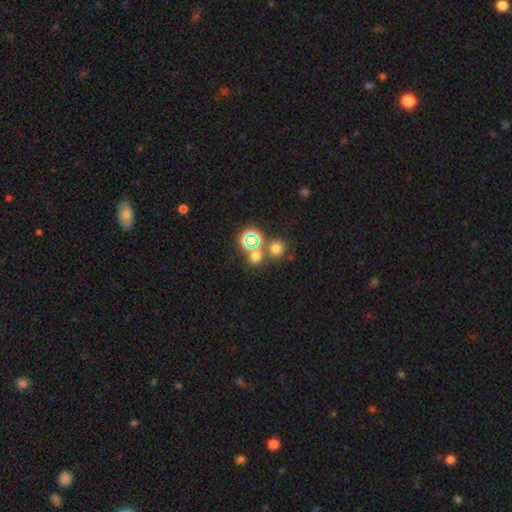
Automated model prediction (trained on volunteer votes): smooth_or_featured: smooth (p=0.57) [alt: star or artifact p=0.35]
how_rounded: round (p=0.81) [alt: in between p=0.18]
merging: none (p=0.61) [alt: merger p=0.27]